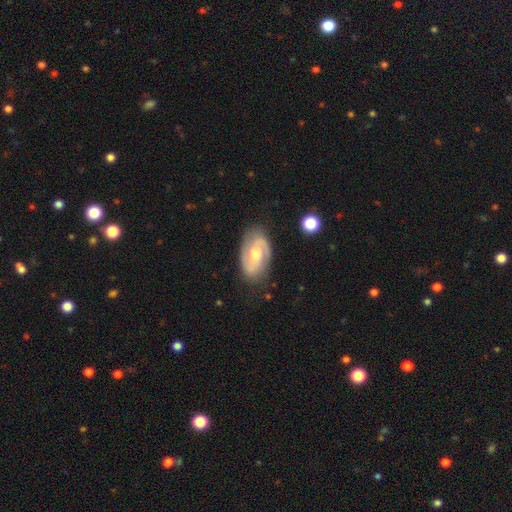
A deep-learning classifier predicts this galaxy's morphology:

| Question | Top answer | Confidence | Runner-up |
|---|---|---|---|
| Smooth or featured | featured or disk | 81% | smooth (14%) |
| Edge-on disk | no | 96% | yes (4%) |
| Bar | no | 47% | weak (42%) |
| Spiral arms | yes | 93% | no (7%) |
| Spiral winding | medium | 45% | tight (41%) |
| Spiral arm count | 2 | 86% | can't tell (8%) |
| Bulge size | moderate | 66% | small (23%) |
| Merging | none | 80% | minor disturbance (15%) |